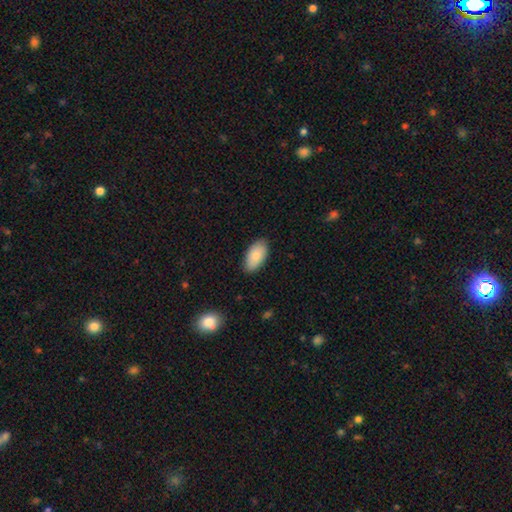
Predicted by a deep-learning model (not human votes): A smooth galaxy with no disk features (83%) that is in between round and cigar-shaped (95%).

Vote fractions:
- Smooth or featured? smooth: 83% / featured or disk: 11% / star or artifact: 6%
- How rounded? in between: 95% / round: 3% / cigar-shaped: 2%
- Merging? none: 84% / minor disturbance: 13% / major disturbance: 2% / merger: 1%